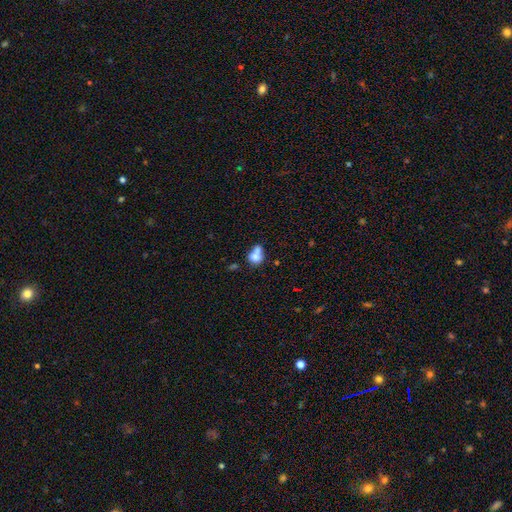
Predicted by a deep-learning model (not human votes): Smooth or featured?
  - smooth: 73% *
  - featured or disk: 17%
  - star or artifact: 10%
How rounded?
  - round: 54% *
  - in between: 44%
  - cigar-shaped: 1%
Merging?
  - merger: 58% *
  - none: 25%
  - minor disturbance: 10%
  - major disturbance: 7%